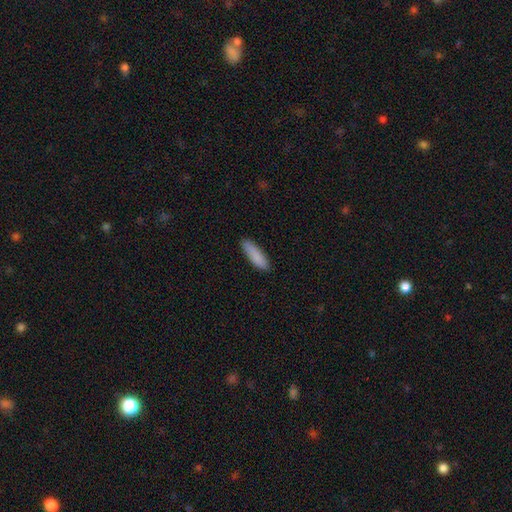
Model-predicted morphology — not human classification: A smooth galaxy with no disk features (88%) that is cigar-shaped (64%). Merging: none (86%).